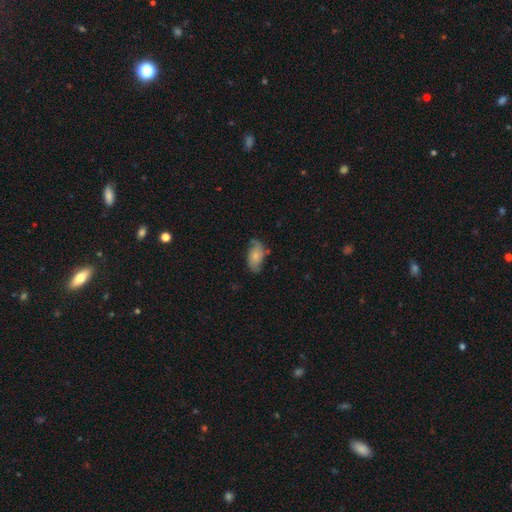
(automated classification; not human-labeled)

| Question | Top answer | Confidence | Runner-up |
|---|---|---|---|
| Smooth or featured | smooth | 59% | featured or disk (34%) |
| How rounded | in between | 92% | cigar-shaped (4%) |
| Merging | none | 62% | minor disturbance (28%) |